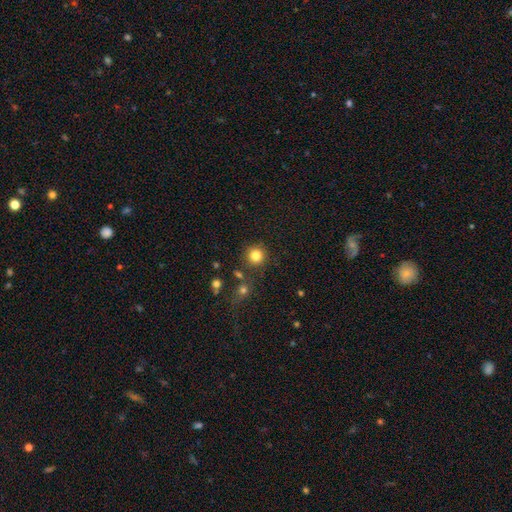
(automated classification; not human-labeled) smooth_or_featured: smooth (p=0.82) [alt: star or artifact p=0.12]
how_rounded: round (p=0.94) [alt: in between p=0.05]
merging: none (p=0.84) [alt: minor disturbance p=0.08]